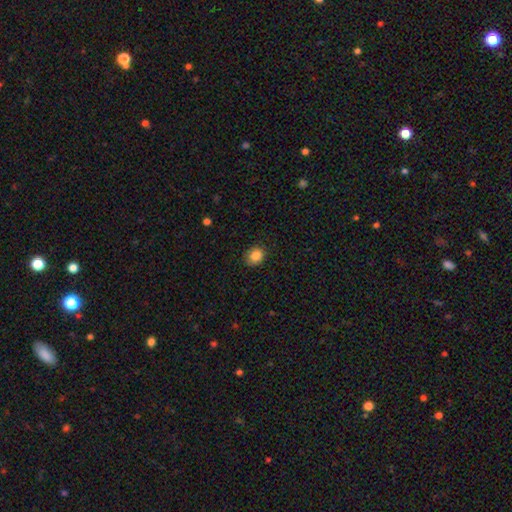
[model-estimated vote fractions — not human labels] The model was most divided on "how rounded": round: 58%, in between: 41%, cigar-shaped: 1%. More confident: merging — none (86%); smooth or featured — smooth (85%).